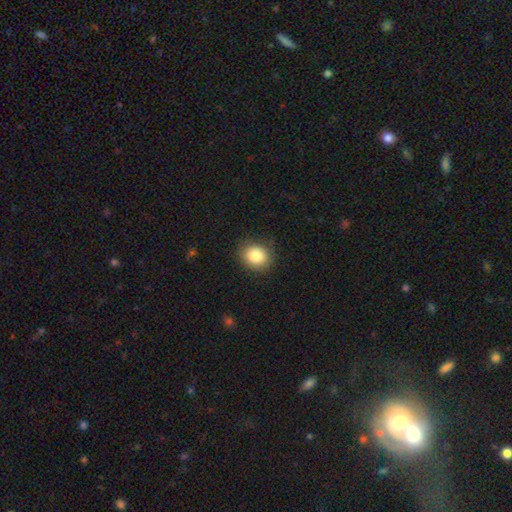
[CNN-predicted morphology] smooth 85%, star or artifact 9%, featured or disk 6%. Down the decision tree: how rounded — round (71%); merging — none (86%).